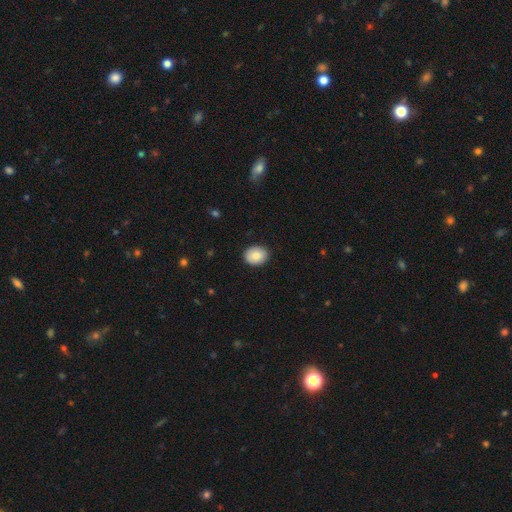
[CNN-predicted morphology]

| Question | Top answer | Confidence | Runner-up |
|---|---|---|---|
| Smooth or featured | smooth | 85% | featured or disk (8%) |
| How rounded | round | 54% | in between (45%) |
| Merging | none | 89% | minor disturbance (8%) |